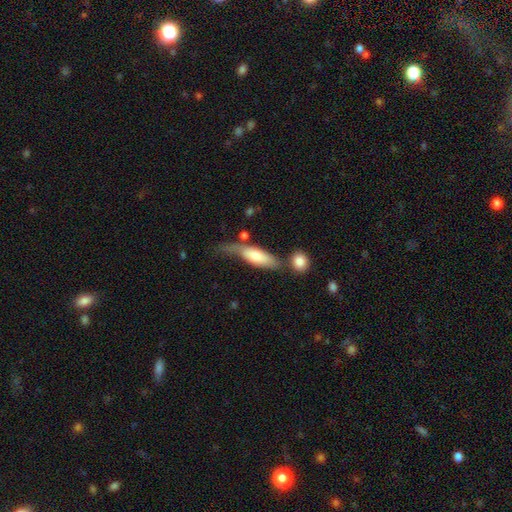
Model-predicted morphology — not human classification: type=smooth (62%); roundness=in between (54%); merging=none (37%).